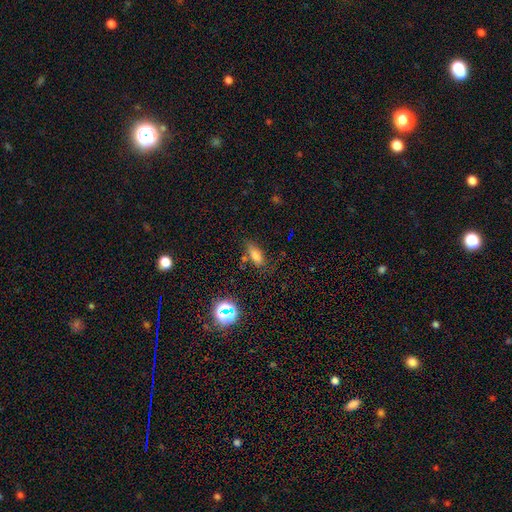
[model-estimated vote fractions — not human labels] Morphology: type=smooth (70%); roundness=in between (72%); merging=none (69%).